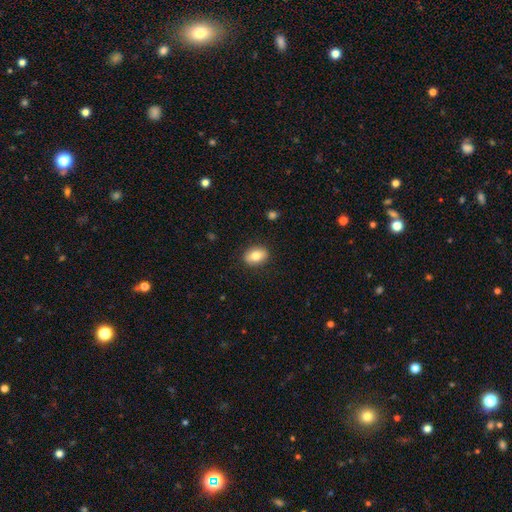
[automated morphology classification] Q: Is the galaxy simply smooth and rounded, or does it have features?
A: smooth — 79%.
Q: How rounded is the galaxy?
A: in between — 80%.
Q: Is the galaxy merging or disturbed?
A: none — 88%.